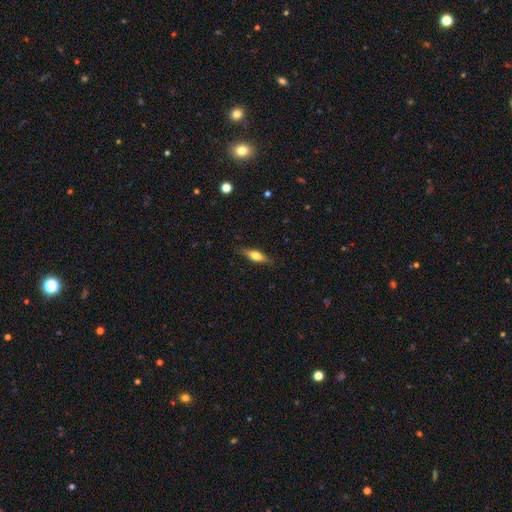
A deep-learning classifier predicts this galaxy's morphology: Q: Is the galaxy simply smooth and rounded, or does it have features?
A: smooth — 56%.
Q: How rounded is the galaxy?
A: cigar-shaped — 51%.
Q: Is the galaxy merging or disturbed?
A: none — 85%.